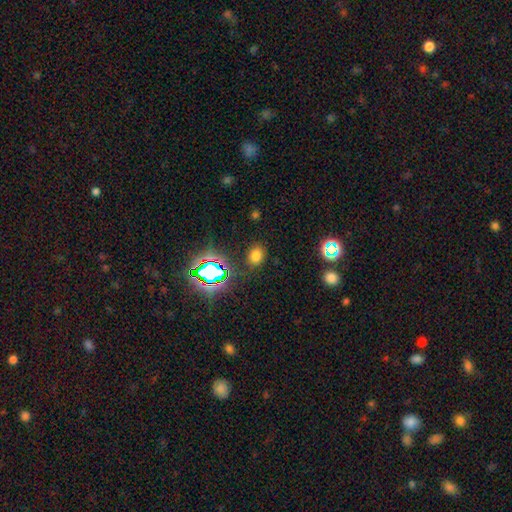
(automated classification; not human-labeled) This is likely a smooth galaxy (66%). How rounded: possibly in between (59%). Merging: clearly none (82%).